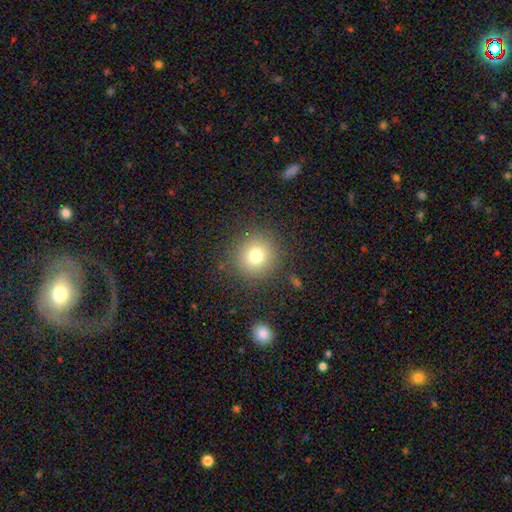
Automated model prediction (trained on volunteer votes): Morphology: type=smooth (75%); roundness=round (93%); merging=none (86%).